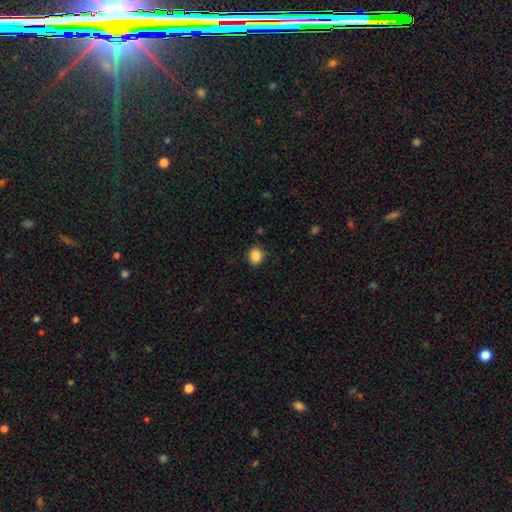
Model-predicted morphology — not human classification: Smooth or featured?
  - smooth: 86% *
  - star or artifact: 10%
  - featured or disk: 4%
How rounded?
  - round: 66% *
  - in between: 34%
  - cigar-shaped: 1%
Merging?
  - none: 86% *
  - minor disturbance: 10%
  - major disturbance: 2%
  - merger: 1%